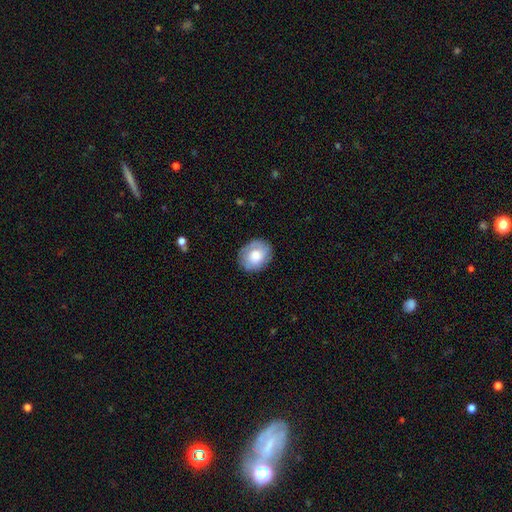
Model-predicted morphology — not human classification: Smooth or featured? Predicted: smooth (p=0.62). How rounded? Predicted: round (p=0.52). Merging? Predicted: none (p=0.80).